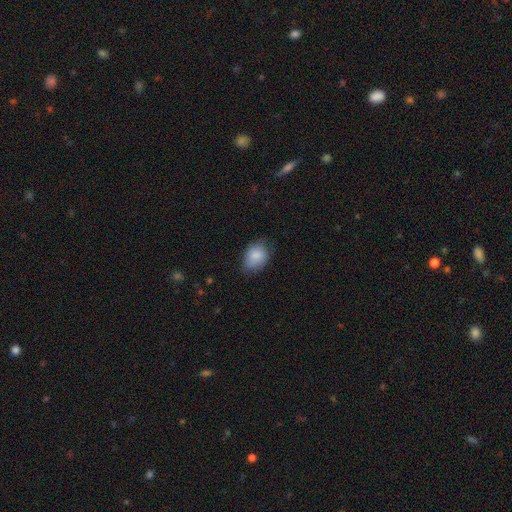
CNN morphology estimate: A smooth galaxy with no disk features (86%) that is in between round and cigar-shaped (71%).

Vote fractions:
- Smooth or featured? smooth: 86% / star or artifact: 7% / featured or disk: 7%
- How rounded? in between: 71% / round: 28% / cigar-shaped: 1%
- Merging? none: 67% / minor disturbance: 26% / major disturbance: 5% / merger: 1%